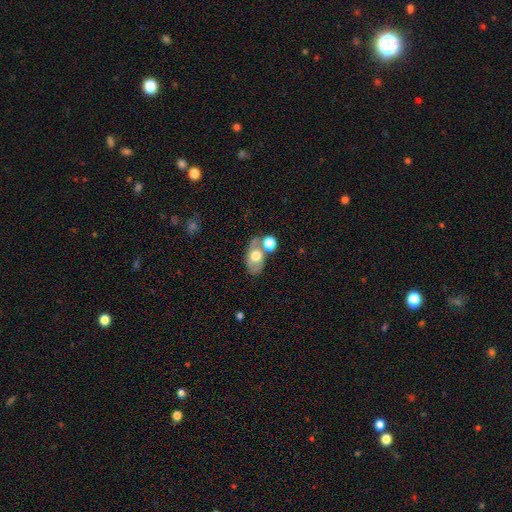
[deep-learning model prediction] smooth 59%, featured or disk 33%, star or artifact 8%. Down the decision tree: how rounded — in between (83%); merging — none (43%).